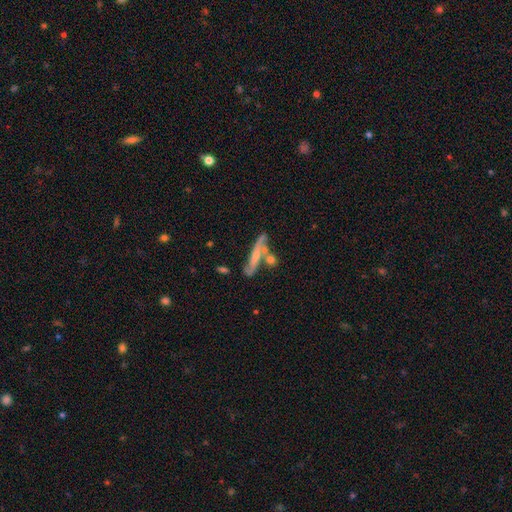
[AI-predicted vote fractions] Smooth or featured? featured or disk (56%)
Edge-on disk? yes (51%)
Merging? none (44%)